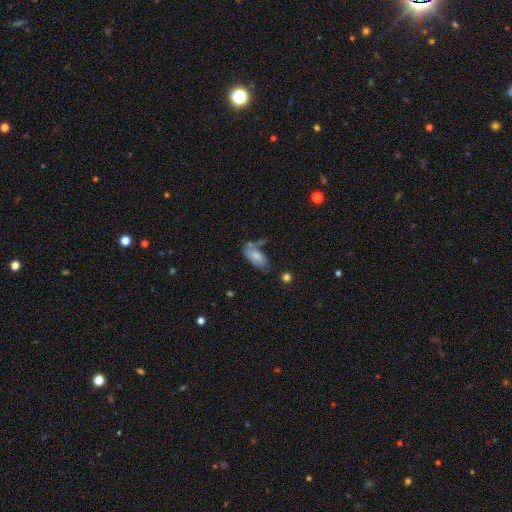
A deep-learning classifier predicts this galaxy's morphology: Smooth or featured: smooth — 75% (featured or disk — 17%)
How rounded: in between — 87% (cigar-shaped — 11%)
Merging: none — 49% (minor disturbance — 25%)